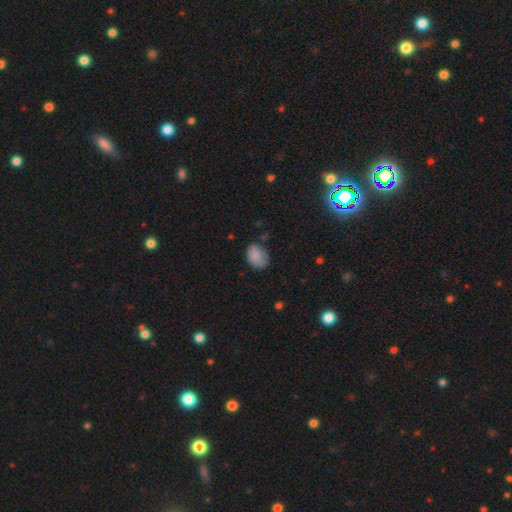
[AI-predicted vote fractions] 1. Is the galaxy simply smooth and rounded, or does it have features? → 83% smooth, 8% featured or disk, 8% star or artifact.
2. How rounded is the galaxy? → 78% in between, 21% round, 1% cigar-shaped.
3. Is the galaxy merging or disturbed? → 63% none, 28% minor disturbance, 7% major disturbance, 2% merger.